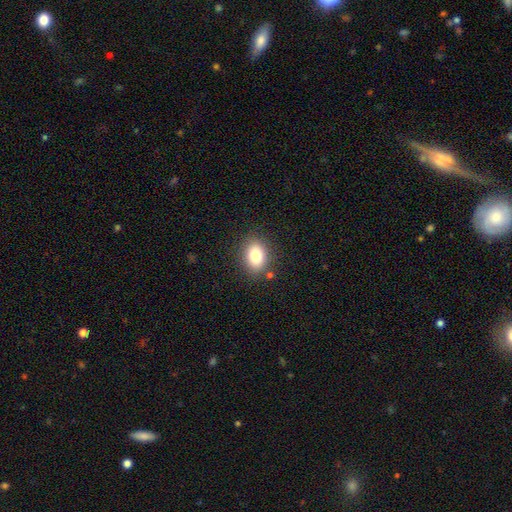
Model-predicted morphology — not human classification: A smooth galaxy with no disk features (81%) that is in between round and cigar-shaped (71%). Merging: none (84%).